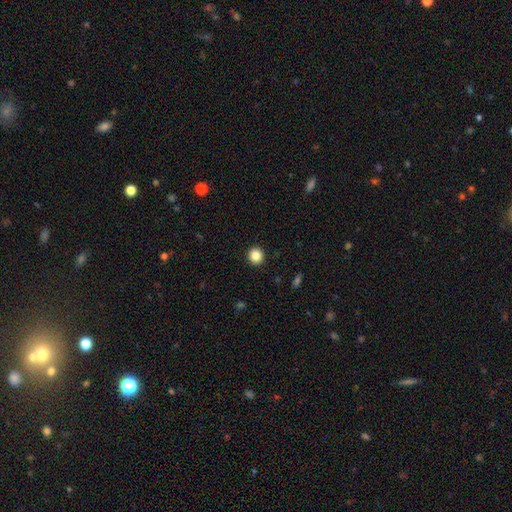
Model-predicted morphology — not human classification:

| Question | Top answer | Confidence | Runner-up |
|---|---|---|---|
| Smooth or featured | smooth | 86% | star or artifact (10%) |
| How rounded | round | 93% | in between (6%) |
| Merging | none | 93% | minor disturbance (5%) |